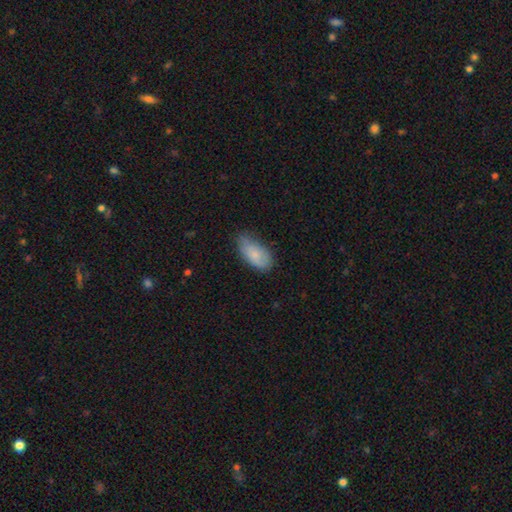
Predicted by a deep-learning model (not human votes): smooth-or-featured: smooth: 79% | featured or disk: 14% | star or artifact: 6%
  how-rounded: in between: 93% | cigar-shaped: 5% | round: 3%
  merging: none: 60% | minor disturbance: 32% | major disturbance: 6% | merger: 2%